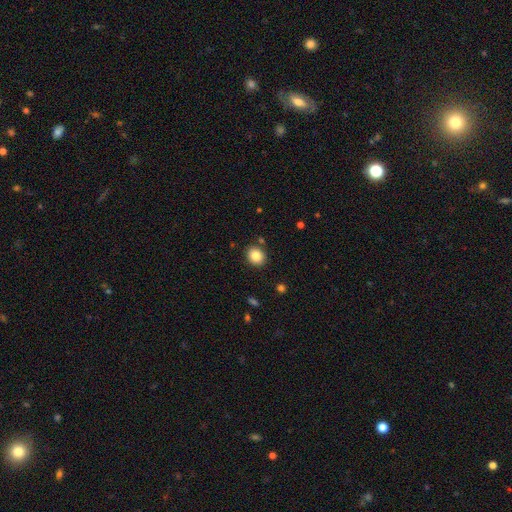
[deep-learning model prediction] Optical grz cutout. It shows a smooth galaxy with no disk features (85%) that is round (66%). Merging: none (86%).